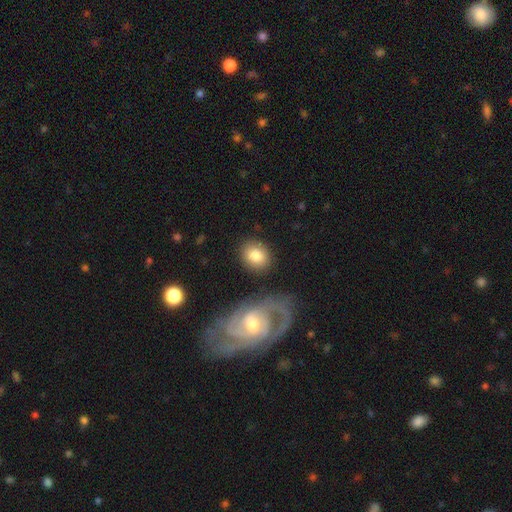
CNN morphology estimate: Smooth or featured? Predicted: smooth (p=0.80). How rounded? Predicted: round (p=0.60). Merging? Predicted: none (p=0.80).